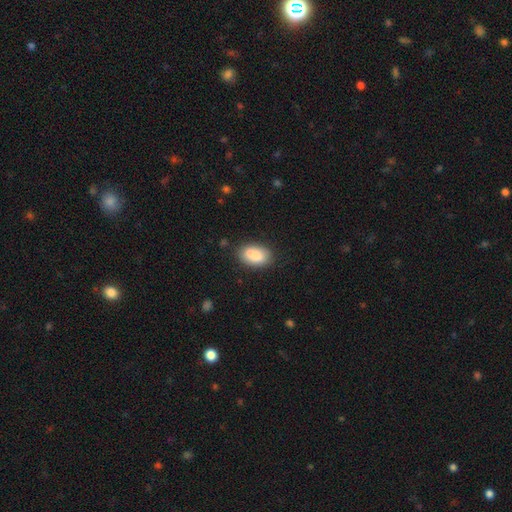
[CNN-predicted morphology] type=smooth (84%); roundness=in between (91%); merging=none (71%).